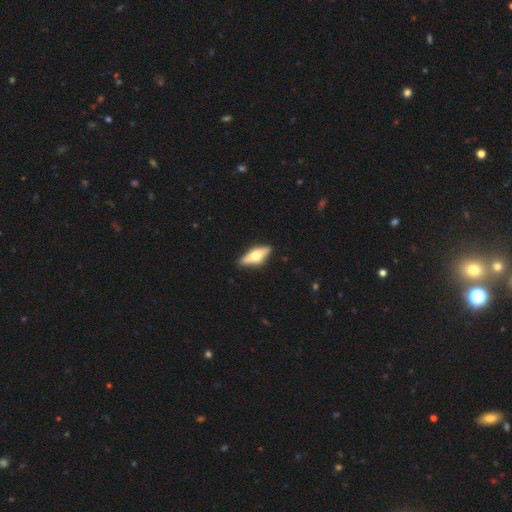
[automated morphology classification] A smooth galaxy with no disk features (49%). Merging: none (86%).